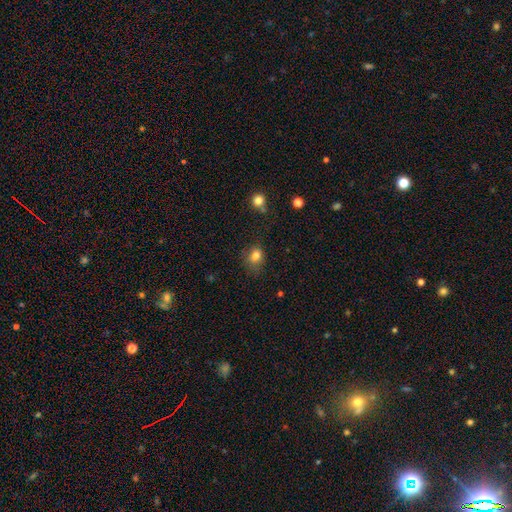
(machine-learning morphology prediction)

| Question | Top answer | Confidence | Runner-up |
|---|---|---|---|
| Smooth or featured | smooth | 81% | star or artifact (12%) |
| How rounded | round | 58% | in between (41%) |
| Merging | none | 66% | minor disturbance (23%) |